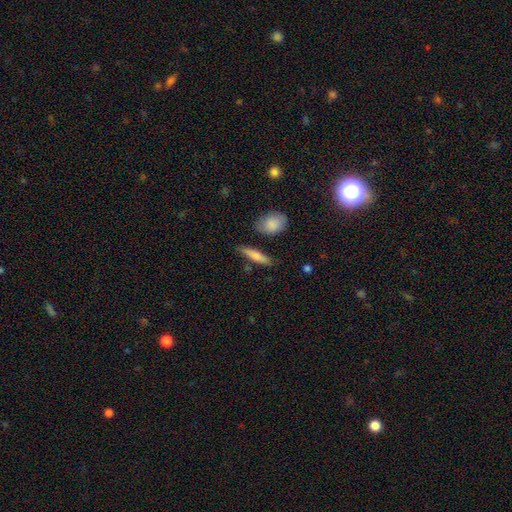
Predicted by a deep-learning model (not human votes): Overall: smooth (74%). How rounded: cigar-shaped (75%). Merging: none (80%).